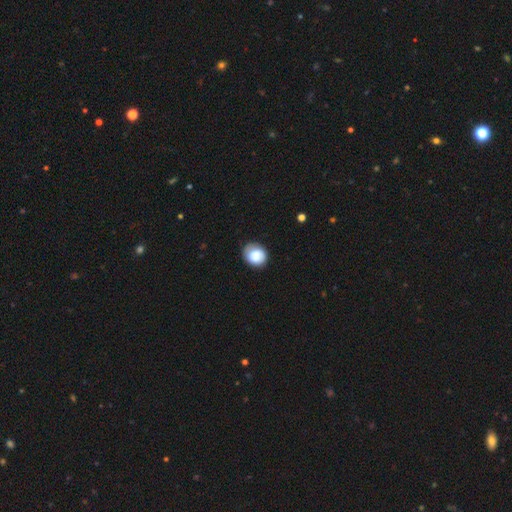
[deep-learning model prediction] This appears to be a smooth galaxy with no disk features (81%) that is round (73%). Merging: none (70%).